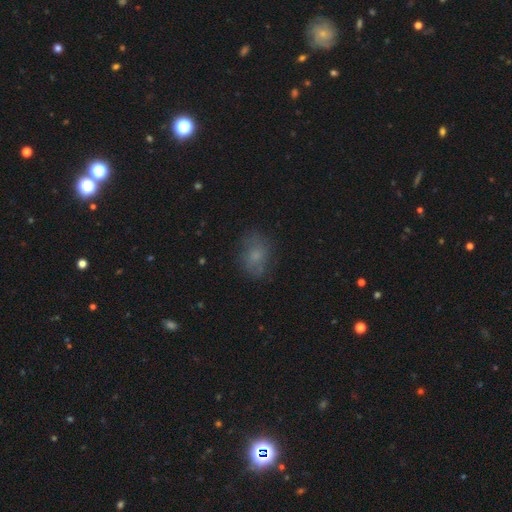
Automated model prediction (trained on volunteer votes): Morphology: type=smooth (60%); roundness=in between (63%); merging=none (68%).